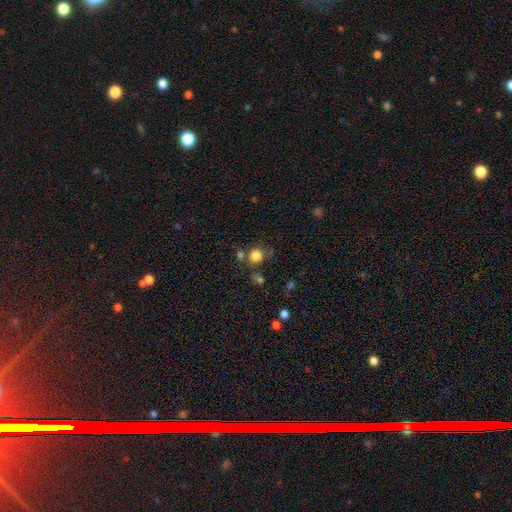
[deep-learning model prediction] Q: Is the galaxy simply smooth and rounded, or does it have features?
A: smooth — 82%.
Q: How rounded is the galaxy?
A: round — 83%.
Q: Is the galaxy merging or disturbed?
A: none — 64%.